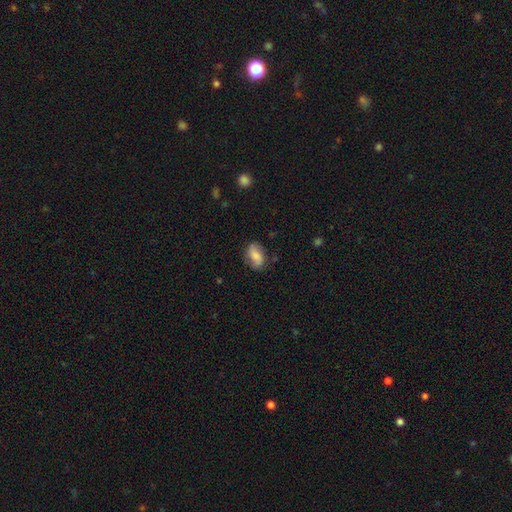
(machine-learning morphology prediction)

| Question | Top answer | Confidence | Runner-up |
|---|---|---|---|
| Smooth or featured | smooth | 64% | featured or disk (28%) |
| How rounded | in between | 85% | round (12%) |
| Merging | none | 71% | minor disturbance (21%) |